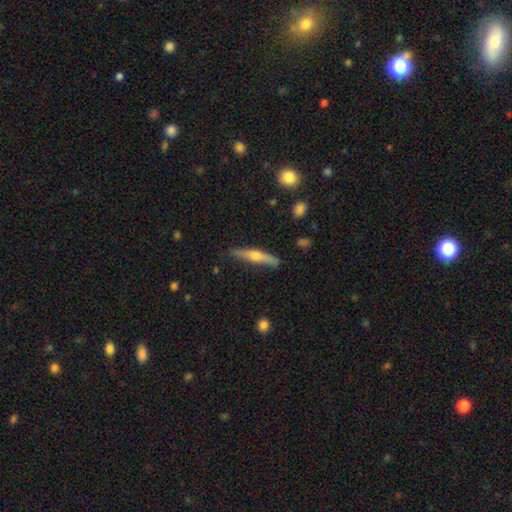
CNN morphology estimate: Q: Smooth or featured?
A: featured or disk (58%); runner-up: smooth (36%)
Q: Edge-on disk?
A: yes (96%); runner-up: no (4%)
Q: Edge-on bulge?
A: rounded (91%); runner-up: none (5%)
Q: Merging?
A: none (85%); runner-up: minor disturbance (11%)